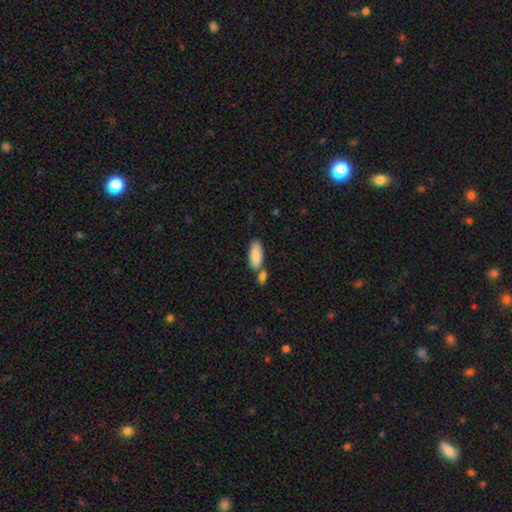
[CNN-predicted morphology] This is clearly a smooth galaxy (84%). How rounded: clearly in between (84%). Merging: possibly none (50%).